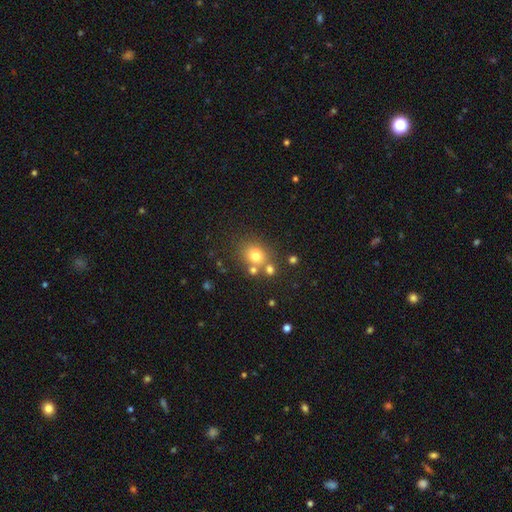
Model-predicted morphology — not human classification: Smooth or featured? smooth (74%)
How rounded? round (70%)
Merging? none (64%)